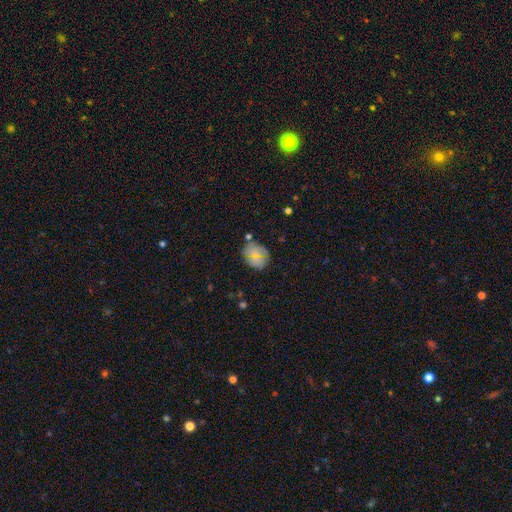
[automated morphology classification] Smooth or featured? Predicted: smooth (p=0.54). How rounded? Predicted: round (p=0.62). Merging? Predicted: none (p=0.74).